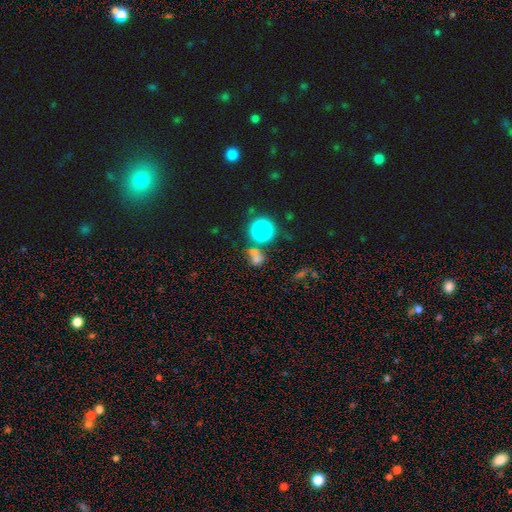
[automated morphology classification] This appears to be a smooth galaxy with no disk features (62%) that is round (79%). Merging: none (52%).